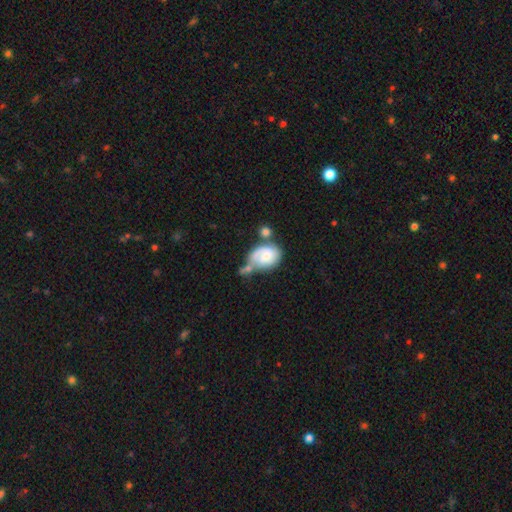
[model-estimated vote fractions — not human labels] The model was most divided on "merging": none: 33%, merger: 31%, minor disturbance: 23%, major disturbance: 13%. More confident: smooth or featured — smooth (66%); how rounded — in between (57%).